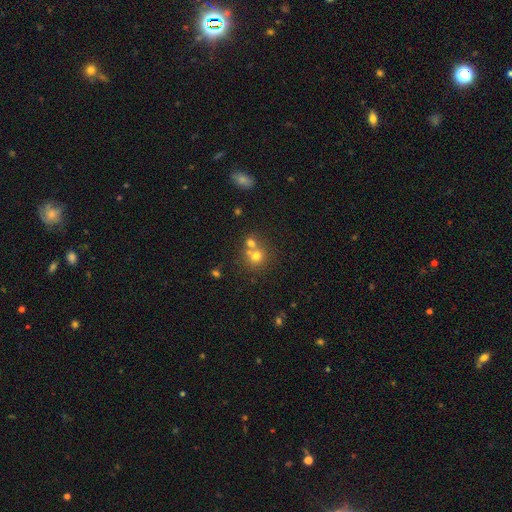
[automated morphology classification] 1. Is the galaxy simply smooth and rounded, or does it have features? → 69% smooth, 16% featured or disk, 16% star or artifact.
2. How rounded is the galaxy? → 86% round, 13% in between, 1% cigar-shaped.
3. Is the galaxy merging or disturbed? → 46% none, 45% merger, 7% minor disturbance, 3% major disturbance.